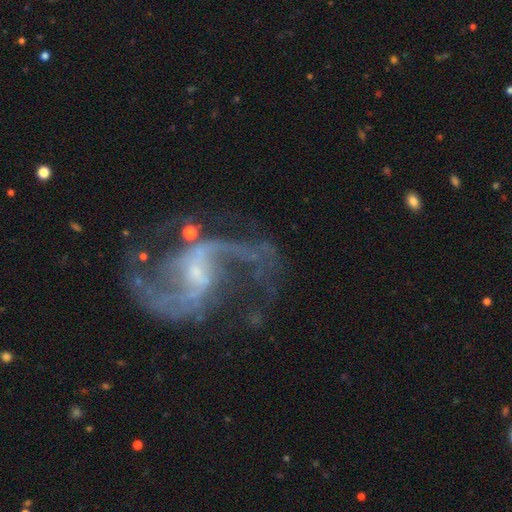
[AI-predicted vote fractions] The model was most divided on "bar": weak: 51%, no: 29%, strong: 20%. More confident: edge-on disk — no (98%); spiral arms — yes (98%); spiral arm count — 2 (92%); smooth or featured — featured or disk (91%); bulge size — small (68%); merging — none (67%); spiral winding — loose (67%).